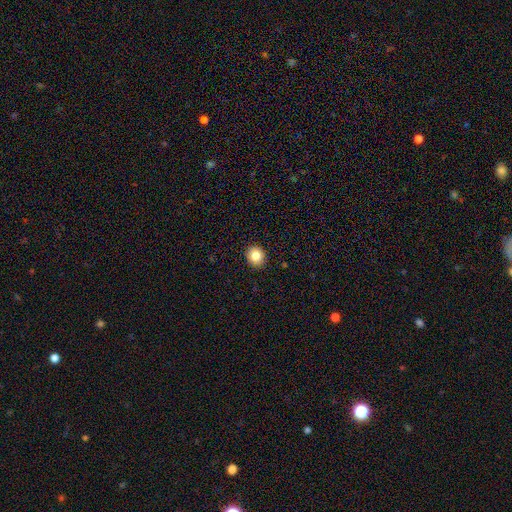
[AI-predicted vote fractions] smooth_or_featured: smooth (p=0.84) [alt: star or artifact p=0.10]
how_rounded: round (p=0.82) [alt: in between p=0.17]
merging: none (p=0.92) [alt: minor disturbance p=0.06]